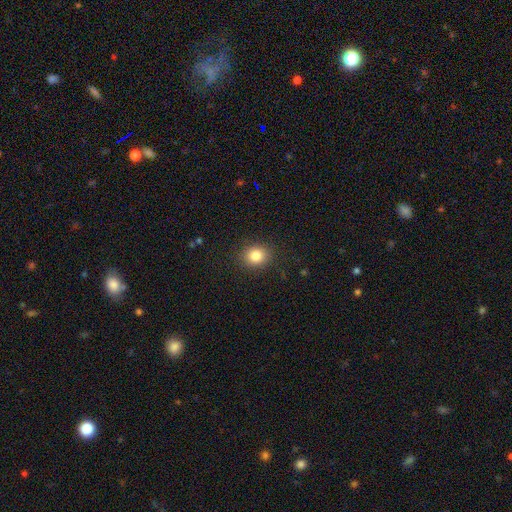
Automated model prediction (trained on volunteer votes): Overall: smooth (83%). How rounded: round (69%; in between 30%). Merging: none (89%).